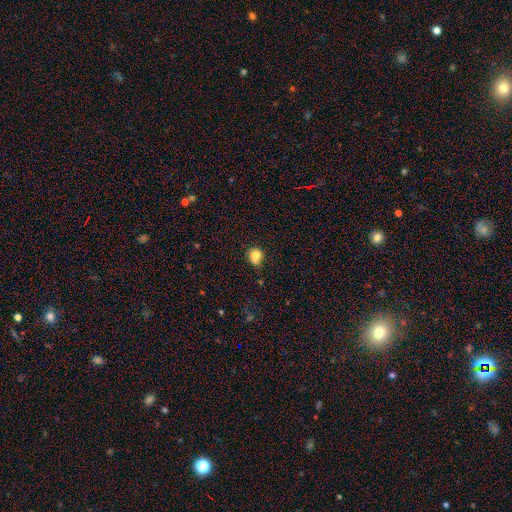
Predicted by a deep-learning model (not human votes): Smooth or featured?
  - smooth: 77% *
  - star or artifact: 12%
  - featured or disk: 11%
How rounded?
  - round: 61% *
  - in between: 38%
  - cigar-shaped: 1%
Merging?
  - none: 45% *
  - minor disturbance: 28%
  - merger: 16%
  - major disturbance: 10%